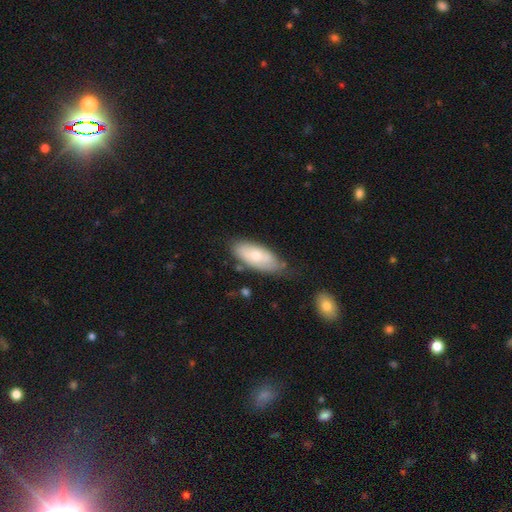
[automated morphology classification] A smooth galaxy with no disk features (62%) that is in between round and cigar-shaped (84%). Merging: none (65%).